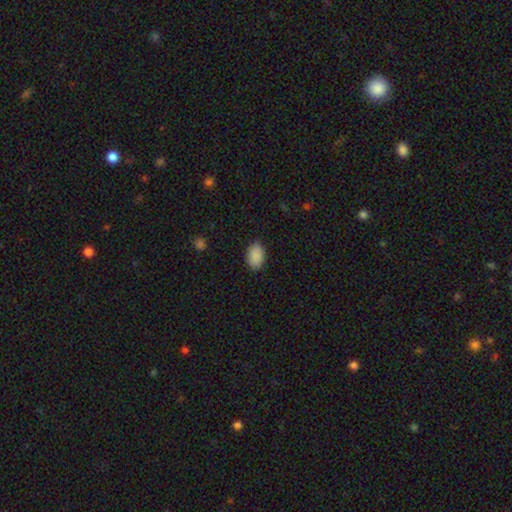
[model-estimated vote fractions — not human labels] Smooth or featured? Predicted: smooth (p=0.90). How rounded? Predicted: in between (p=0.91). Merging? Predicted: none (p=0.87).